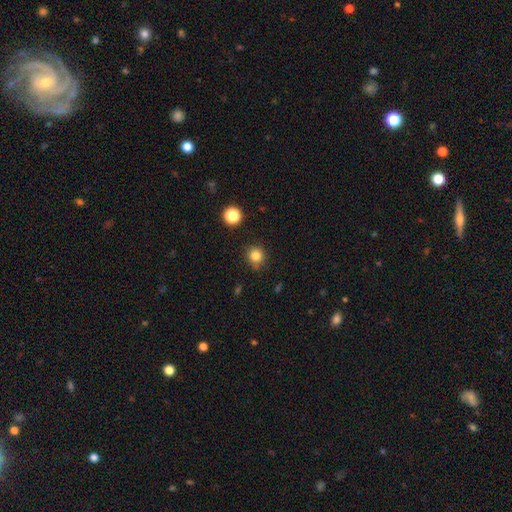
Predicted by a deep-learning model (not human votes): Smooth or featured?
  - smooth: 82% *
  - star or artifact: 13%
  - featured or disk: 5%
How rounded?
  - round: 91% *
  - in between: 8%
  - cigar-shaped: 1%
Merging?
  - none: 83% *
  - minor disturbance: 12%
  - major disturbance: 3%
  - merger: 2%